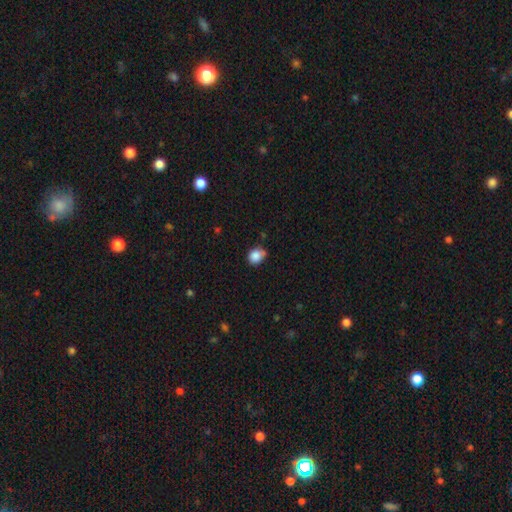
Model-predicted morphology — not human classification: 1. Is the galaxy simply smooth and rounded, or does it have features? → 85% smooth, 9% star or artifact, 6% featured or disk.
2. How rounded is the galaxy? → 53% round, 46% in between, 1% cigar-shaped.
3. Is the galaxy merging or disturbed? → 54% none, 36% minor disturbance, 6% major disturbance, 4% merger.